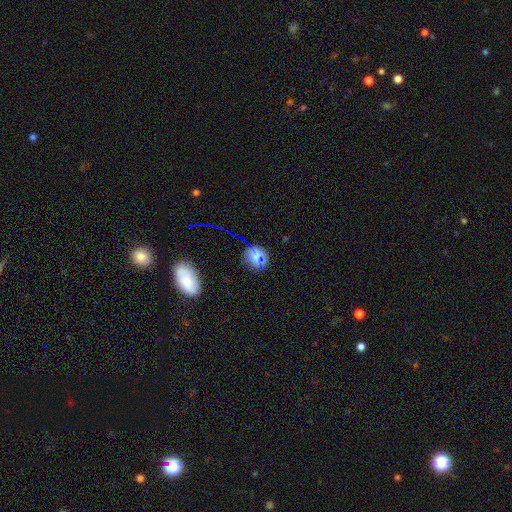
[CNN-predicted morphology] Overall: smooth (62%; star or artifact 22%). How rounded: round (72%). Merging: none (73%).